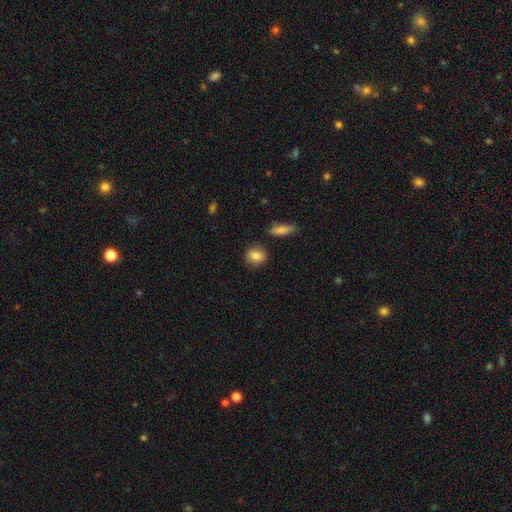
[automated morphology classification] smooth_or_featured: smooth (p=0.85) [alt: star or artifact p=0.08]
how_rounded: round (p=0.65) [alt: in between p=0.33]
merging: none (p=0.85) [alt: minor disturbance p=0.10]